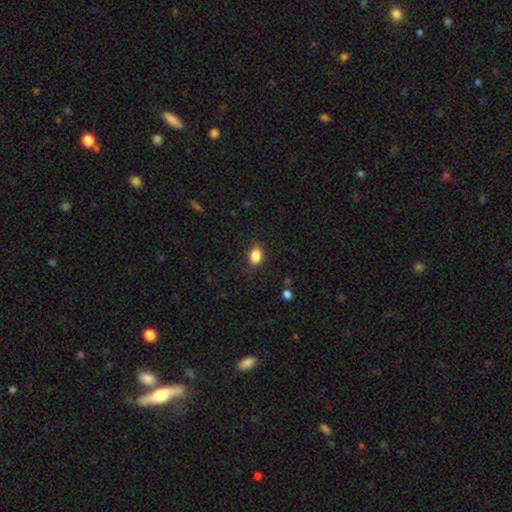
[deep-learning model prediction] smooth-or-featured: smooth: 86% | star or artifact: 9% | featured or disk: 5%
  how-rounded: in between: 74% | round: 24% | cigar-shaped: 2%
  merging: none: 79% | minor disturbance: 16% | major disturbance: 4% | merger: 1%